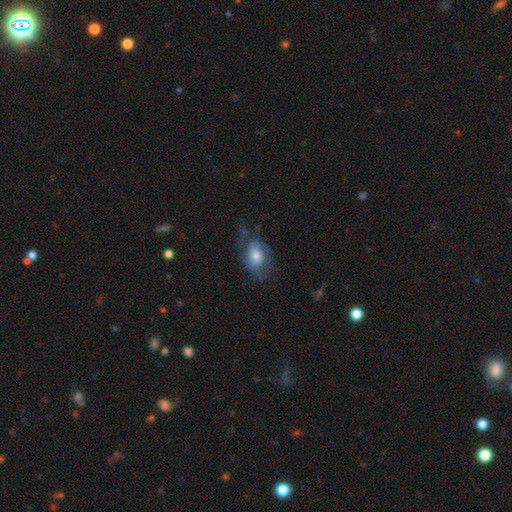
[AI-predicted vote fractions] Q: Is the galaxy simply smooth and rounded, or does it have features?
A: smooth — 48%.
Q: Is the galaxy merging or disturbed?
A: none — 49%.